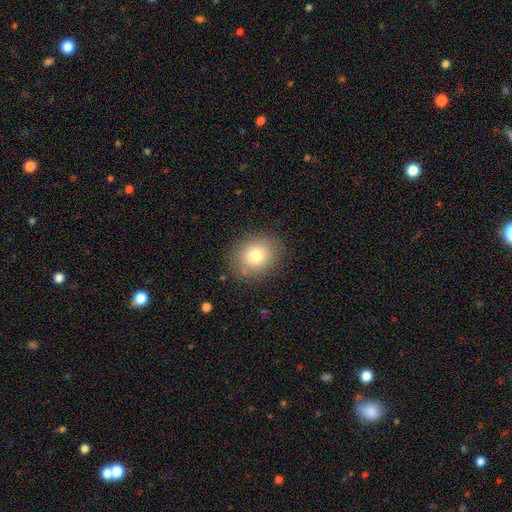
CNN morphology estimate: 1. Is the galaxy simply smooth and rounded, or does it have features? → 78% smooth, 11% star or artifact, 11% featured or disk.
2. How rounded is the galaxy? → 62% round, 37% in between, 1% cigar-shaped.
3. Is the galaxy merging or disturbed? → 85% none, 10% minor disturbance, 4% major disturbance, 1% merger.